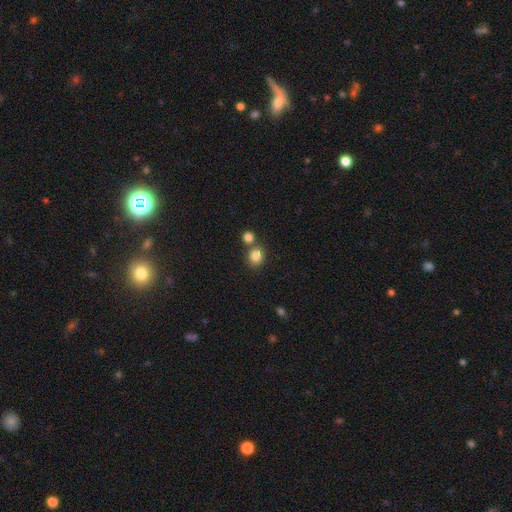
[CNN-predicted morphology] A smooth galaxy with no disk features (83%) that is round (73%).

Vote fractions:
- Smooth or featured? smooth: 83% / star or artifact: 11% / featured or disk: 6%
- How rounded? round: 73% / in between: 26% / cigar-shaped: 1%
- Merging? none: 60% / merger: 28% / minor disturbance: 9% / major disturbance: 3%